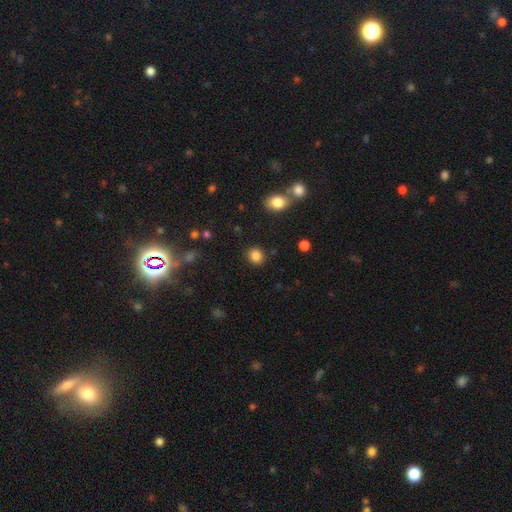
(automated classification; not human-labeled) Smooth or featured? smooth (85%)
How rounded? round (75%)
Merging? none (88%)